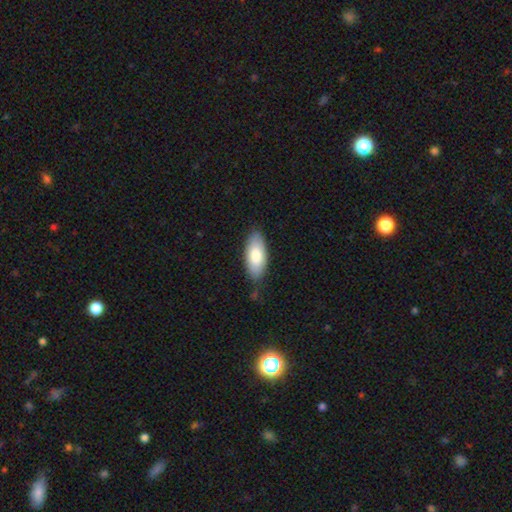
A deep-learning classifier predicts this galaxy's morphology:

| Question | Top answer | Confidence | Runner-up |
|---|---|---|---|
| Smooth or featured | smooth | 81% | featured or disk (14%) |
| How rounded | in between | 87% | cigar-shaped (11%) |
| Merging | none | 80% | minor disturbance (16%) |